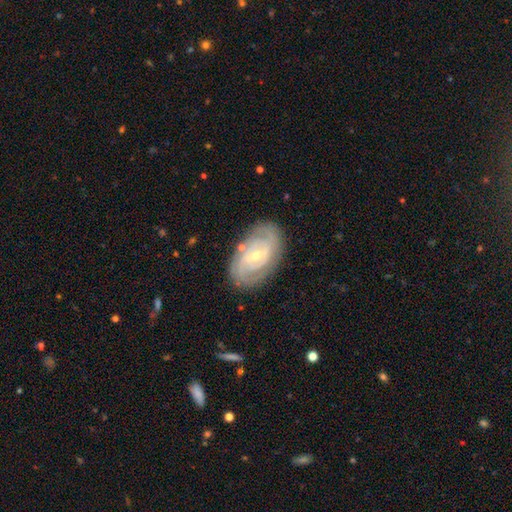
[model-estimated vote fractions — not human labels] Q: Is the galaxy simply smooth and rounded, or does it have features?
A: featured or disk — 85%.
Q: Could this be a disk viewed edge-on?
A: no — 96%.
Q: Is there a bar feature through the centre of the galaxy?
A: weak — 46%.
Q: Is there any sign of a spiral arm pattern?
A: yes — 95%.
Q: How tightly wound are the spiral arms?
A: tight — 69%.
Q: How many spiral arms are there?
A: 2 — 48%.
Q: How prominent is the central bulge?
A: small — 67%.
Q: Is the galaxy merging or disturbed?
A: none — 81%.